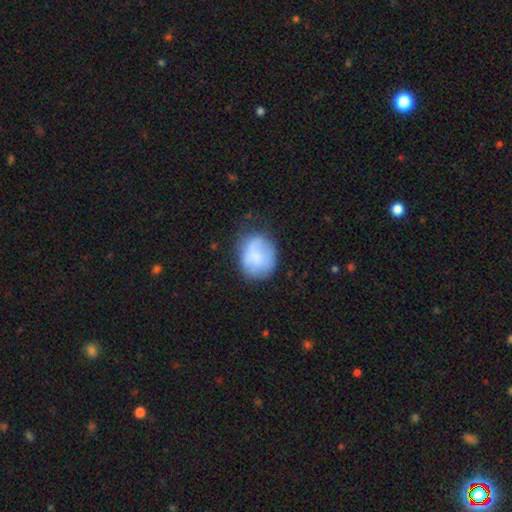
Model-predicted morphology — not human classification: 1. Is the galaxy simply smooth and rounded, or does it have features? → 70% smooth, 22% featured or disk, 8% star or artifact.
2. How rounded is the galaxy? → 61% round, 38% in between, 1% cigar-shaped.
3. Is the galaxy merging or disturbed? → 55% none, 29% minor disturbance, 13% major disturbance, 3% merger.